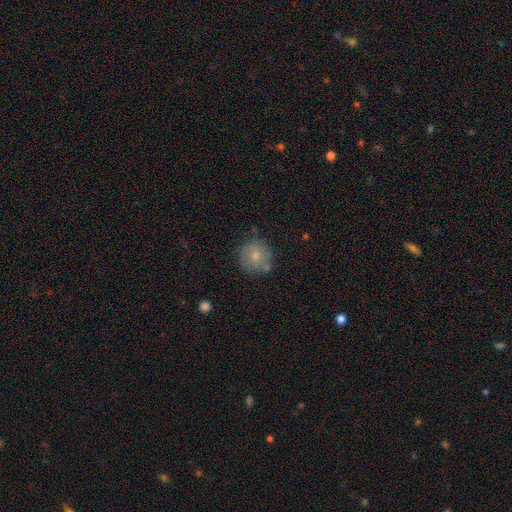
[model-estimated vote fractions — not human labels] Smooth or featured?
  - smooth: 76% *
  - featured or disk: 14%
  - star or artifact: 9%
How rounded?
  - round: 92% *
  - in between: 7%
  - cigar-shaped: 1%
Merging?
  - none: 73% *
  - minor disturbance: 16%
  - merger: 7%
  - major disturbance: 4%